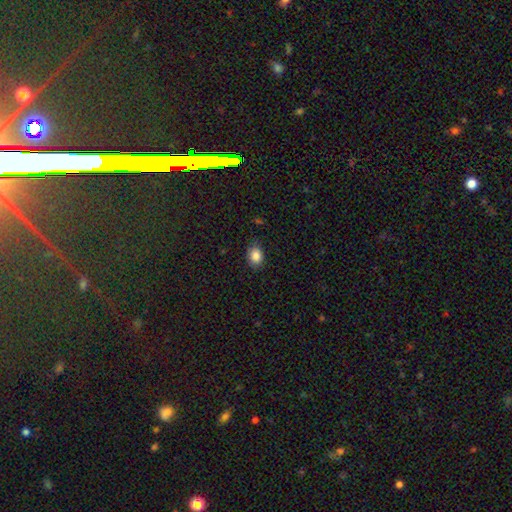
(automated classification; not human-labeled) Morphology: type=smooth (86%); roundness=in between (67%); merging=none (82%).